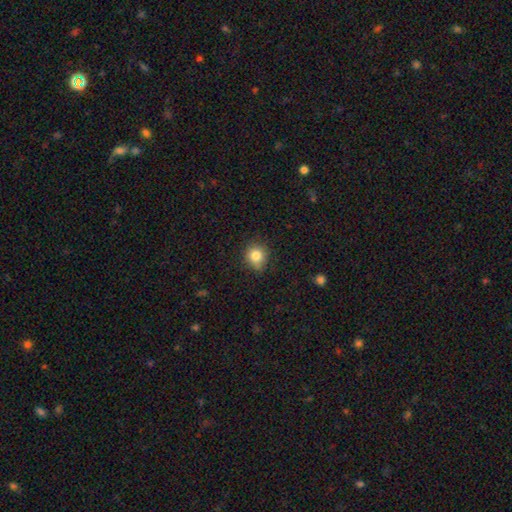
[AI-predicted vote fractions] This appears to be a smooth galaxy with no disk features (82%) that is round (81%). Merging: none (81%).